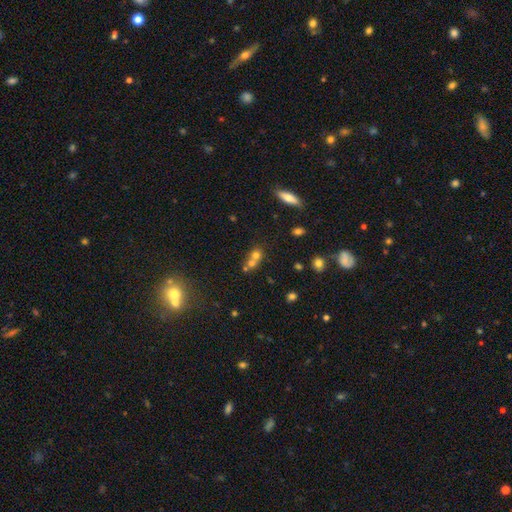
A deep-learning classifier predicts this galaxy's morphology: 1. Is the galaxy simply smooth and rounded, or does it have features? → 62% smooth, 20% featured or disk, 17% star or artifact.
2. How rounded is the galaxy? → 66% round, 31% in between, 3% cigar-shaped.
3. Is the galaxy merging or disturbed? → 60% merger, 30% none, 7% minor disturbance, 4% major disturbance.